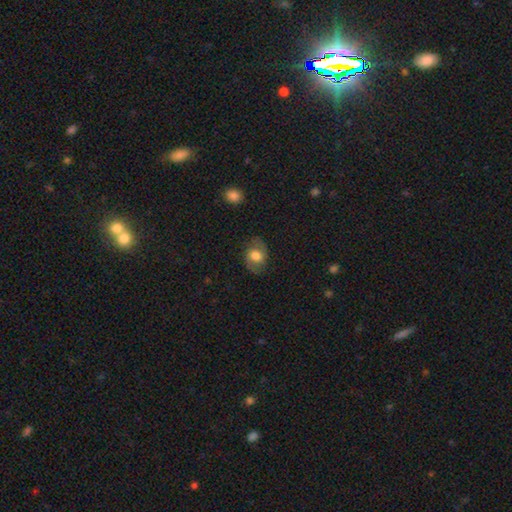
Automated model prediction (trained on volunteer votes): smooth-or-featured: smooth: 56% | featured or disk: 35% | star or artifact: 9%
  how-rounded: in between: 63% | round: 35% | cigar-shaped: 1%
  merging: none: 74% | minor disturbance: 18% | major disturbance: 7% | merger: 1%